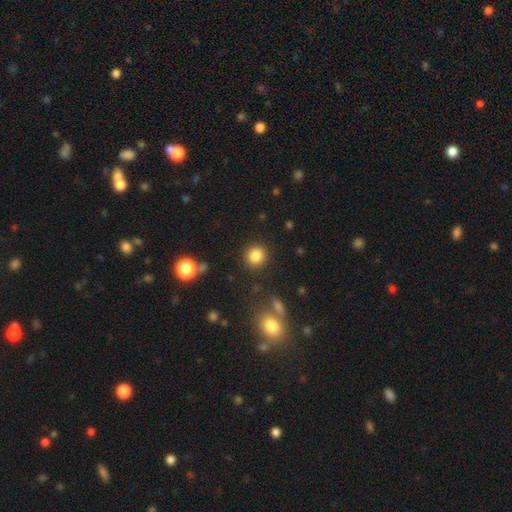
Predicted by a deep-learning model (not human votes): smooth 84%, star or artifact 11%, featured or disk 5%. Down the decision tree: how rounded — round (87%); merging — none (88%).